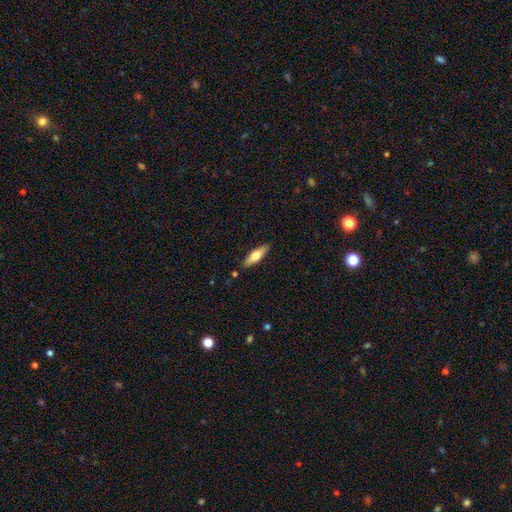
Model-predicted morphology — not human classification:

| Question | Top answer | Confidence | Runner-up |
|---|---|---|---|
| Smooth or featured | smooth | 57% | featured or disk (37%) |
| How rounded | cigar-shaped | 64% | in between (34%) |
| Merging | none | 87% | minor disturbance (9%) |